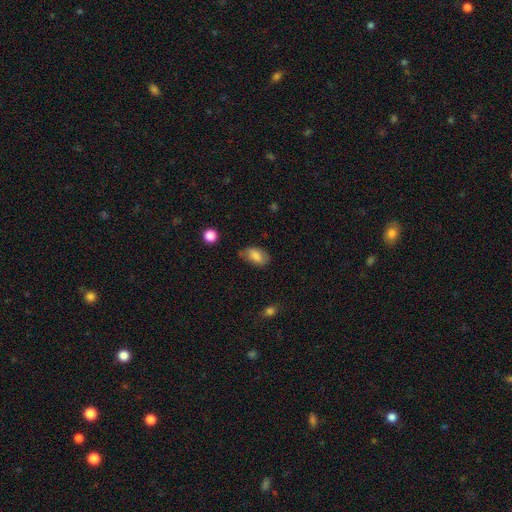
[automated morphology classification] Smooth or featured: smooth — 80% (featured or disk — 12%)
How rounded: in between — 92% (round — 6%)
Merging: none — 66% (minor disturbance — 26%)